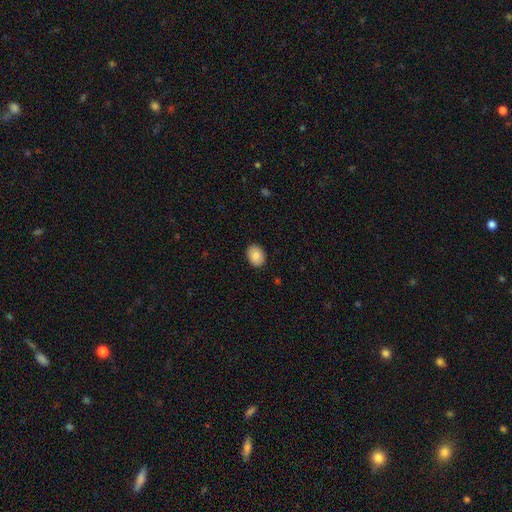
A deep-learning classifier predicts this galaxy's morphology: A smooth galaxy with no disk features (88%) that is in between round and cigar-shaped (76%). Merging: none (89%).